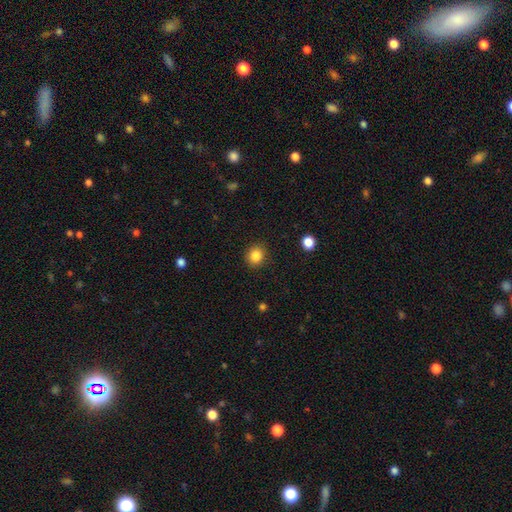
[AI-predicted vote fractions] A smooth galaxy with no disk features (86%) that is round (79%). Merging: none (89%).